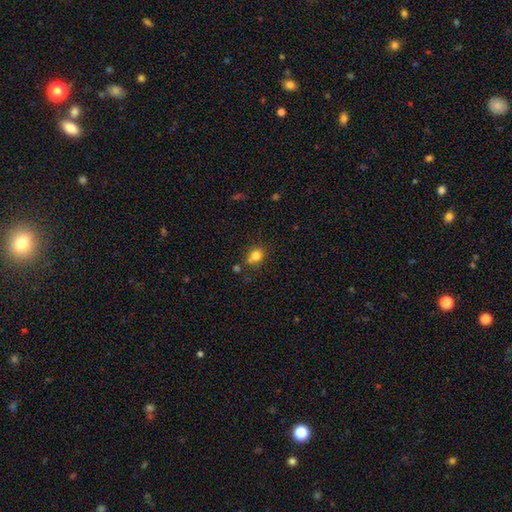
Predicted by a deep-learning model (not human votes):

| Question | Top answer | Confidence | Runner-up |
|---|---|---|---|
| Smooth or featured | smooth | 80% | star or artifact (12%) |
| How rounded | round | 65% | in between (34%) |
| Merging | none | 60% | minor disturbance (19%) |